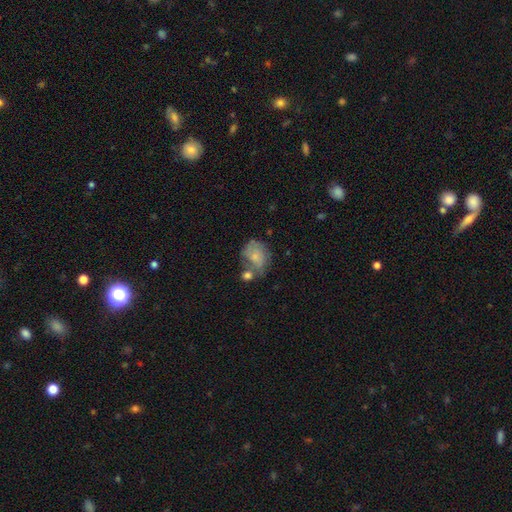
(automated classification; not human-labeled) Smooth or featured: smooth — 60% (featured or disk — 32%)
How rounded: in between — 51% (round — 48%)
Merging: none — 36% (minor disturbance — 24%)